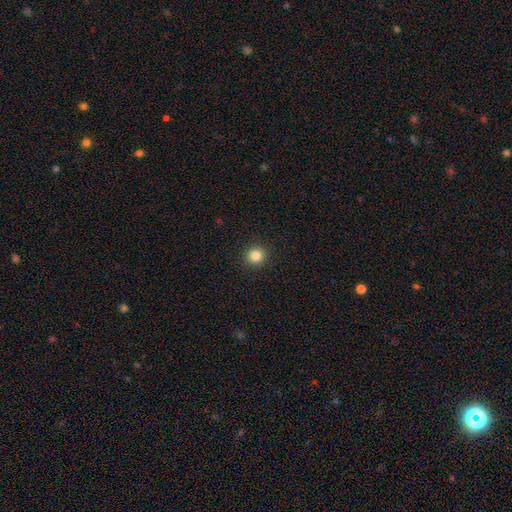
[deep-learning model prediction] Morphology: type=smooth (85%); roundness=round (93%); merging=none (93%).